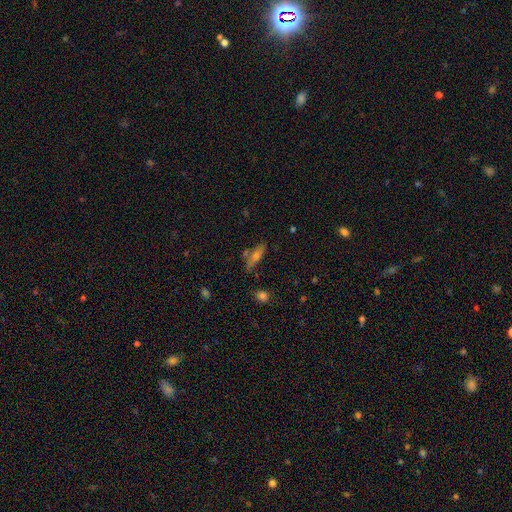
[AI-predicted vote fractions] Smooth or featured: smooth — 49% (featured or disk — 37%)
Merging: none — 73% (minor disturbance — 16%)